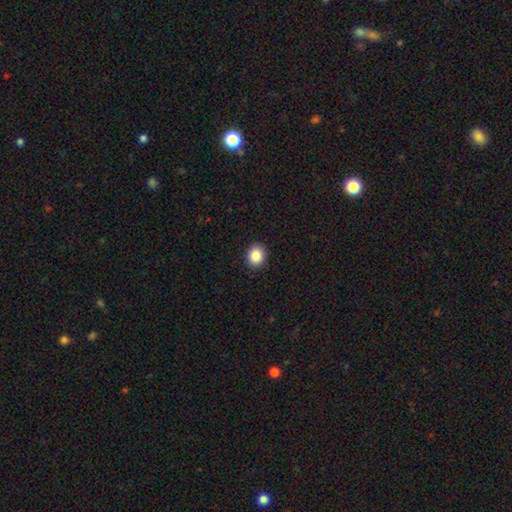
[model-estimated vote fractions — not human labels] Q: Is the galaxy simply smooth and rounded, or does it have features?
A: smooth — 87%.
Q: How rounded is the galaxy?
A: round — 68%.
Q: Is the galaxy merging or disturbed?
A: none — 91%.